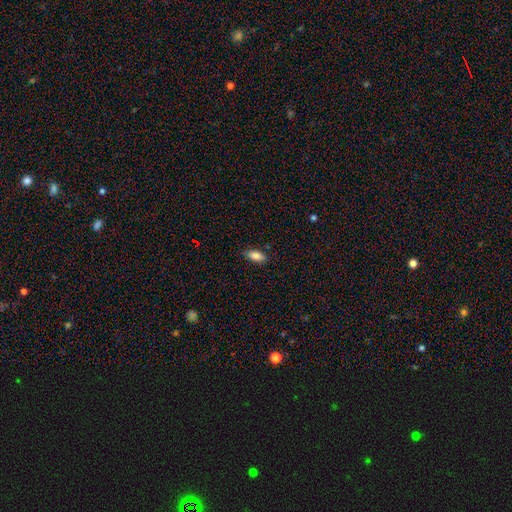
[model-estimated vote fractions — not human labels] Overall: smooth (84%). How rounded: in between (86%). Merging: none (84%).